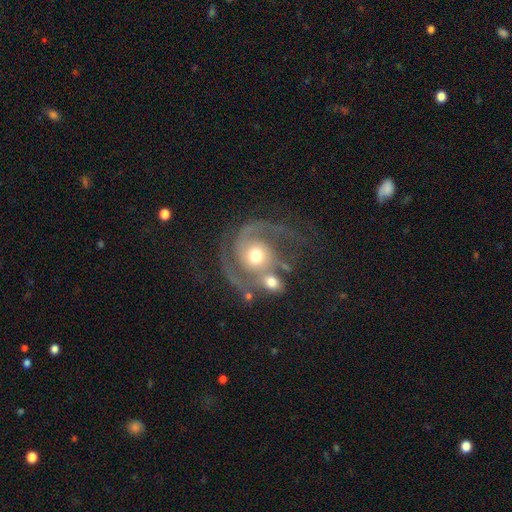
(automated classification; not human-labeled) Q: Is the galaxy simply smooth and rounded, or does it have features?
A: featured or disk — 85%.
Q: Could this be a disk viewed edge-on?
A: no — 98%.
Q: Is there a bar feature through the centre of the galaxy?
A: no — 75%.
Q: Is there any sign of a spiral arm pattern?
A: yes — 95%.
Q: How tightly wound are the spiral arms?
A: medium — 49%.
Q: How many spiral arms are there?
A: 2 — 85%.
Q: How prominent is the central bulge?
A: moderate — 70%.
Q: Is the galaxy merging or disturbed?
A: none — 44%.